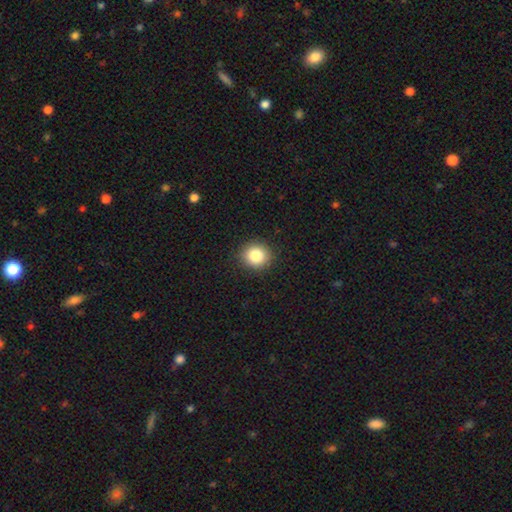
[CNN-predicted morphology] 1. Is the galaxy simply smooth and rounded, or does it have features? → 84% smooth, 10% star or artifact, 6% featured or disk.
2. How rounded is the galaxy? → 87% round, 12% in between, 1% cigar-shaped.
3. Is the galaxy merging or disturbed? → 90% none, 7% minor disturbance, 2% major disturbance, 1% merger.